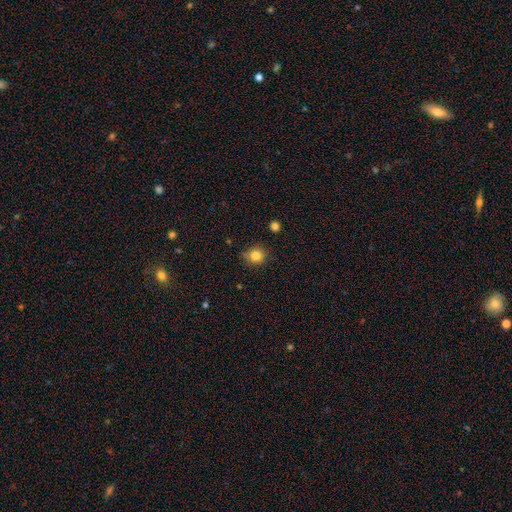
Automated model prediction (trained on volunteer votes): smooth-or-featured: smooth: 83% | star or artifact: 12% | featured or disk: 6%
  how-rounded: round: 84% | in between: 15% | cigar-shaped: 1%
  merging: none: 78% | minor disturbance: 16% | major disturbance: 3% | merger: 3%